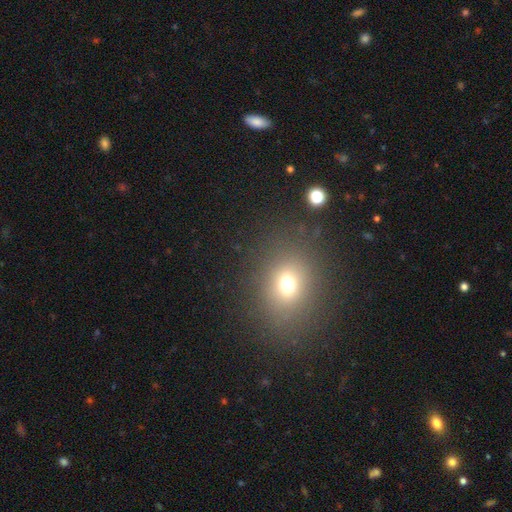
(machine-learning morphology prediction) A smooth galaxy with no disk features (62%) that is round (53%).

Vote fractions:
- Smooth or featured? smooth: 62% / star or artifact: 28% / featured or disk: 10%
- How rounded? round: 53% / in between: 46% / cigar-shaped: 2%
- Merging? none: 89% / minor disturbance: 7% / major disturbance: 3% / merger: 2%